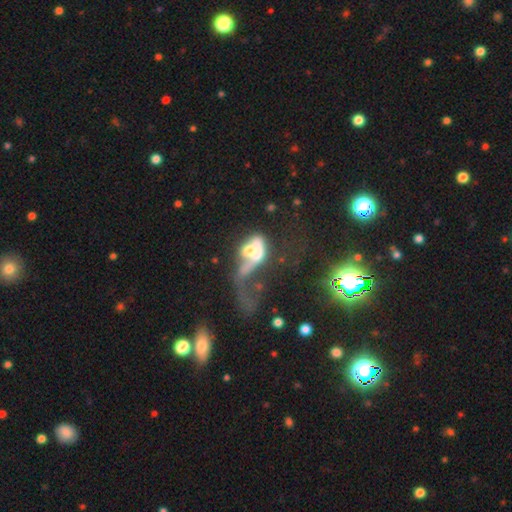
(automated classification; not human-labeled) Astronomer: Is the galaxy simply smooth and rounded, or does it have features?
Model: featured or disk — 48% (runner-up: smooth, 40%).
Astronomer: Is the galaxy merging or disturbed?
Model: merger — 56% (runner-up: major disturbance, 32%).